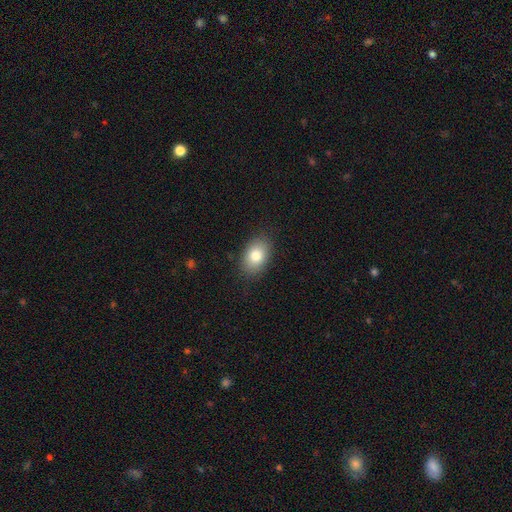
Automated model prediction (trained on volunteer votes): Morphology: type=smooth (81%); roundness=in between (82%); merging=none (86%).